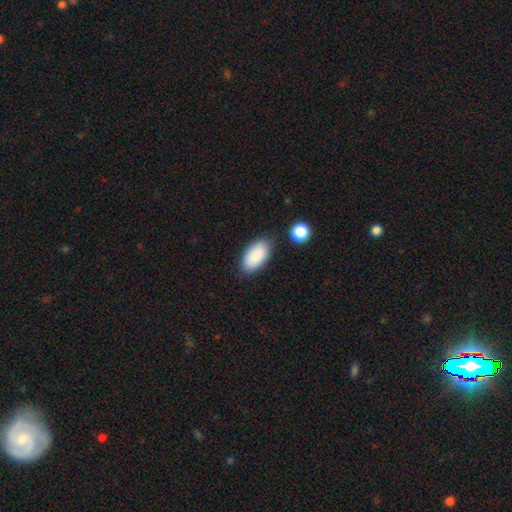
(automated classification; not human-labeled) This appears to be a smooth galaxy with no disk features (89%) that is in between round and cigar-shaped (95%). Merging: none (80%).